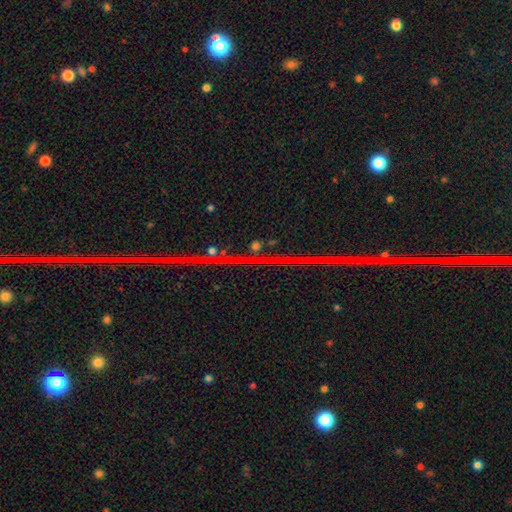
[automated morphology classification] A star or artifact, not a galaxy (82%).